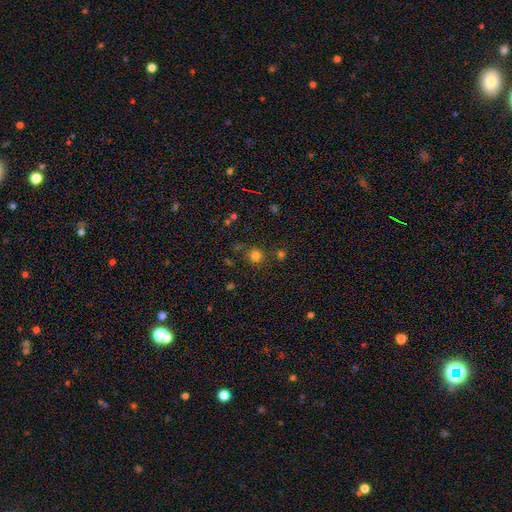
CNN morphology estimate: A smooth galaxy with no disk features (77%) that is round (90%). Merging: none (79%).